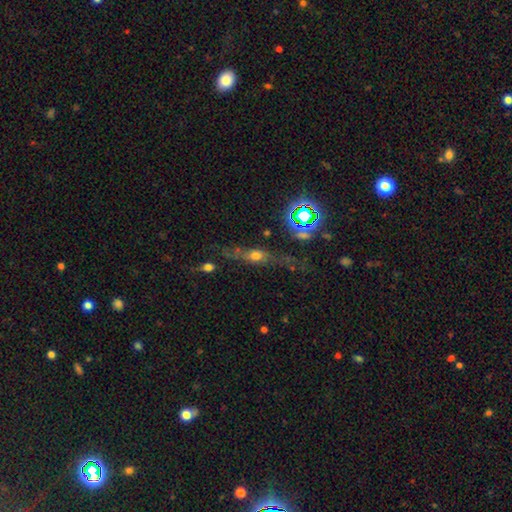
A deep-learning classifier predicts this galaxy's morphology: smooth-or-featured: smooth: 41% | featured or disk: 40% | star or artifact: 20%
  merging: none: 54% | minor disturbance: 20% | major disturbance: 17% | merger: 9%